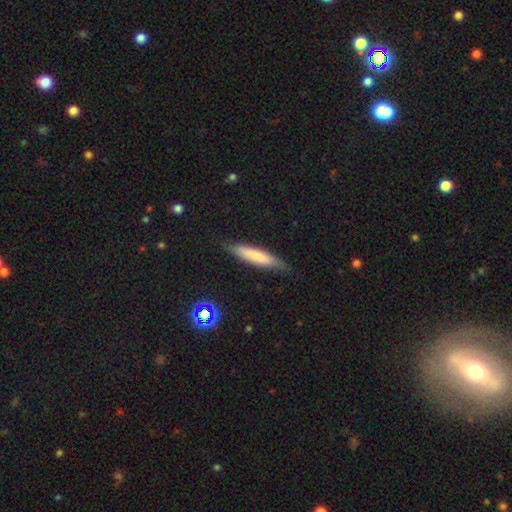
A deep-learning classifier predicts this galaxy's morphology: smooth 71%, featured or disk 22%, star or artifact 7%. Down the decision tree: how rounded — cigar-shaped (84%); merging — none (81%).